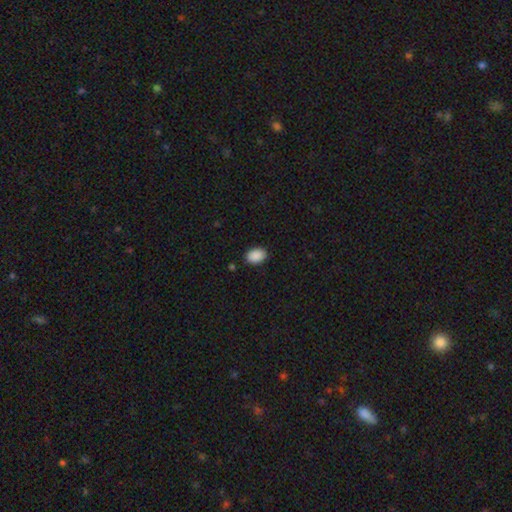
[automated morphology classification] Q: Smooth or featured?
A: smooth (90%); runner-up: star or artifact (7%)
Q: How rounded?
A: in between (84%); runner-up: round (15%)
Q: Merging?
A: none (88%); runner-up: minor disturbance (9%)